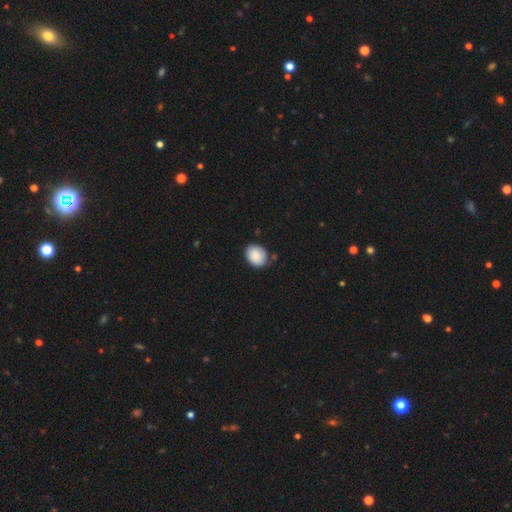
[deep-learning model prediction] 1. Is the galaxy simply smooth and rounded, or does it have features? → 88% smooth, 7% star or artifact, 5% featured or disk.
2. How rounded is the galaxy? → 54% in between, 45% round, 1% cigar-shaped.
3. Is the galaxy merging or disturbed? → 73% none, 20% minor disturbance, 4% major disturbance, 3% merger.